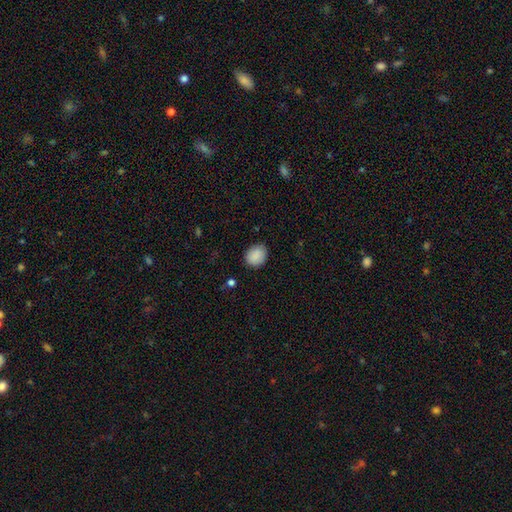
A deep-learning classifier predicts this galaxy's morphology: A smooth galaxy with no disk features (89%) that is round (55%). Merging: none (84%).